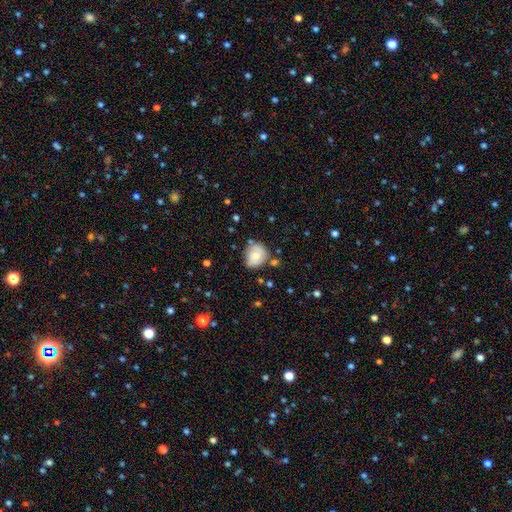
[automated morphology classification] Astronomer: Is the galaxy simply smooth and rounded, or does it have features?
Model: smooth — 69%.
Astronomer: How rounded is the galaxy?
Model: round — 65%.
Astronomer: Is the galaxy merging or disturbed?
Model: none — 62%.